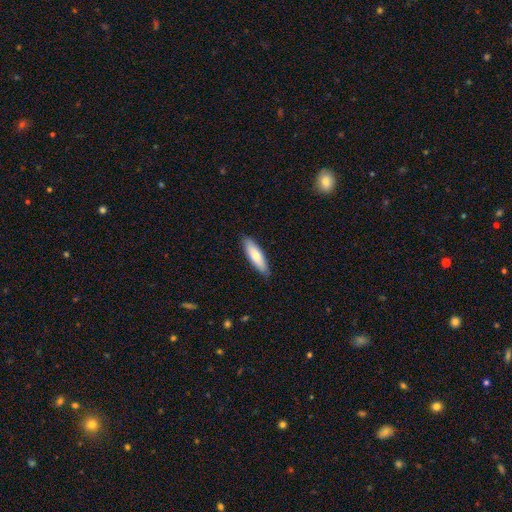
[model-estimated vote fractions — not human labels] Overall: smooth (74%). How rounded: cigar-shaped (59%; in between 39%). Merging: none (87%).